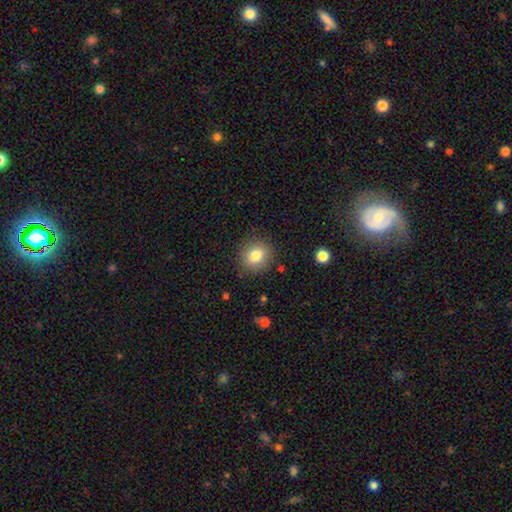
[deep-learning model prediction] The model was most divided on "how rounded": round: 78%, in between: 21%, cigar-shaped: 1%. More confident: merging — none (86%); smooth or featured — smooth (81%).